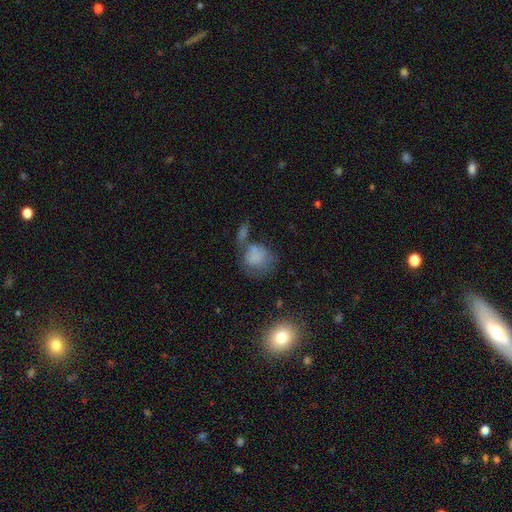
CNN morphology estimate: Smooth or featured? smooth (74%)
How rounded? round (62%)
Merging? none (33%)